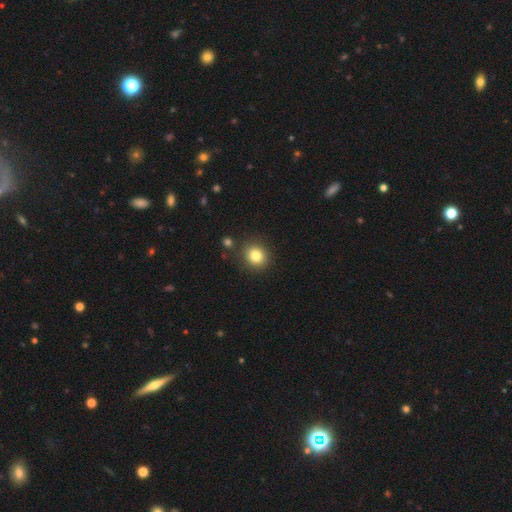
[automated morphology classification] Smooth or featured? smooth (81%)
How rounded? round (86%)
Merging? none (86%)